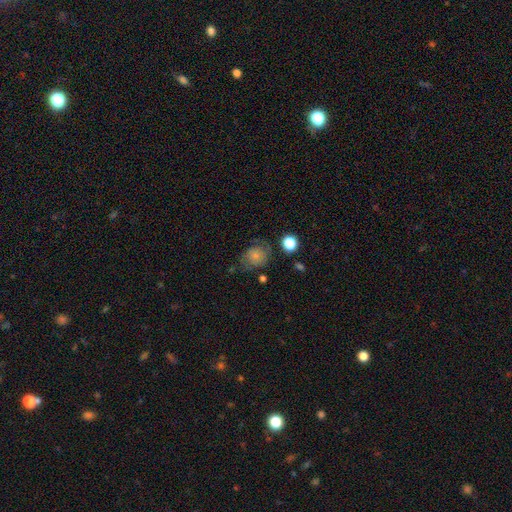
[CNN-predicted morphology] smooth_or_featured: smooth (p=0.58) [alt: featured or disk p=0.31]
how_rounded: round (p=0.66) [alt: in between p=0.33]
merging: none (p=0.58) [alt: minor disturbance p=0.26]